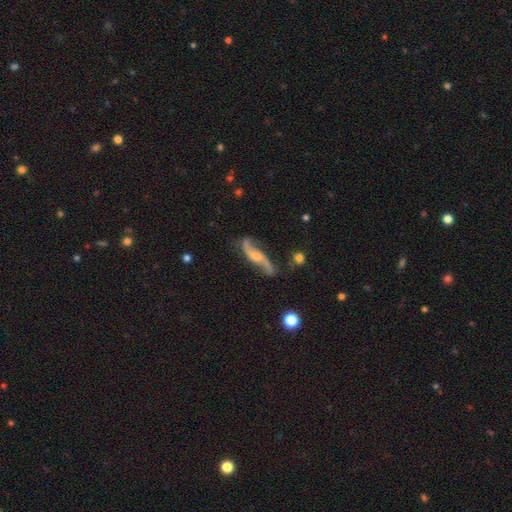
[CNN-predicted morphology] Smooth or featured?
  - featured or disk: 85% *
  - smooth: 9%
  - star or artifact: 6%
Edge-on disk?
  - no: 85% *
  - yes: 15%
Bar?
  - no: 53% *
  - weak: 34%
  - strong: 13%
Spiral arms?
  - yes: 96% *
  - no: 4%
Spiral winding?
  - loose: 77% *
  - medium: 18%
  - tight: 5%
Spiral arm count?
  - 2: 93% *
  - can't tell: 2%
  - 1: 2%
  - 3: 1%
  - 4: 1%
  - more than 4: 1%
Bulge size?
  - small: 44% *
  - moderate: 39%
  - none: 12%
  - large: 4%
  - dominant: 2%
Merging?
  - none: 74% *
  - minor disturbance: 16%
  - major disturbance: 6%
  - merger: 3%